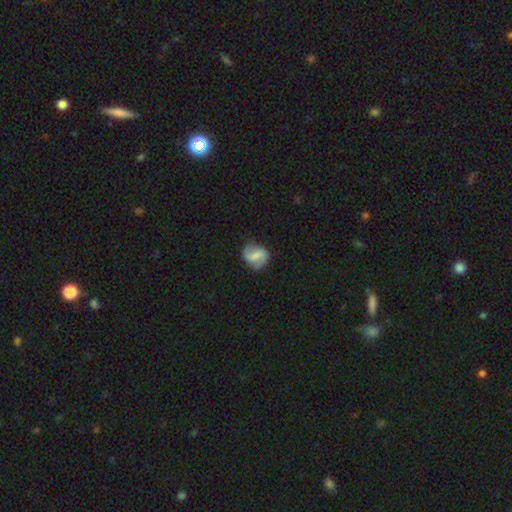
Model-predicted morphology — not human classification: The model was most divided on "bulge size": small: 37%, none: 30%, moderate: 27%, large: 4%, dominant: 1%. Remaining: edge-on disk — no (97%); spiral arms — yes (87%); merging — none (71%); smooth or featured — featured or disk (56%); bar — weak (48%).